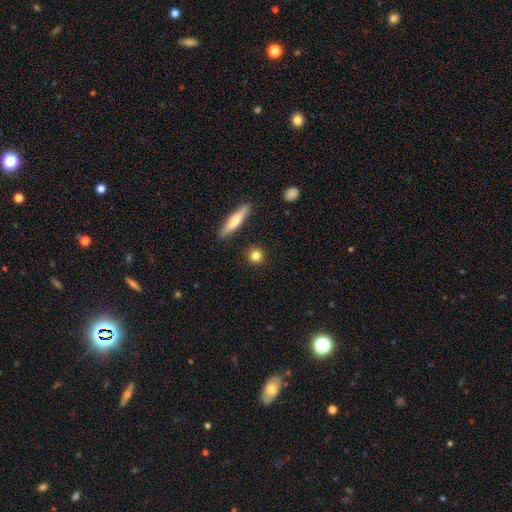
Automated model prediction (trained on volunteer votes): A smooth galaxy with no disk features (81%) that is round (83%).

Vote fractions:
- Smooth or featured? smooth: 81% / featured or disk: 10% / star or artifact: 9%
- How rounded? round: 83% / in between: 10% / cigar-shaped: 7%
- Merging? none: 89% / minor disturbance: 7% / merger: 2% / major disturbance: 2%